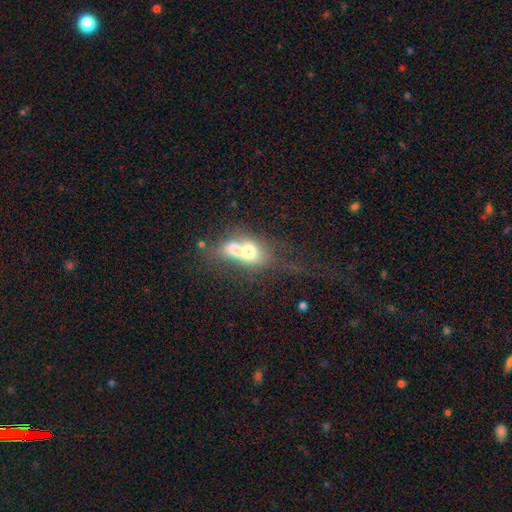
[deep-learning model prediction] smooth_or_featured: smooth (p=0.58) [alt: featured or disk p=0.32]
how_rounded: in between (p=0.57) [alt: round p=0.37]
merging: merger (p=0.69) [alt: none p=0.15]